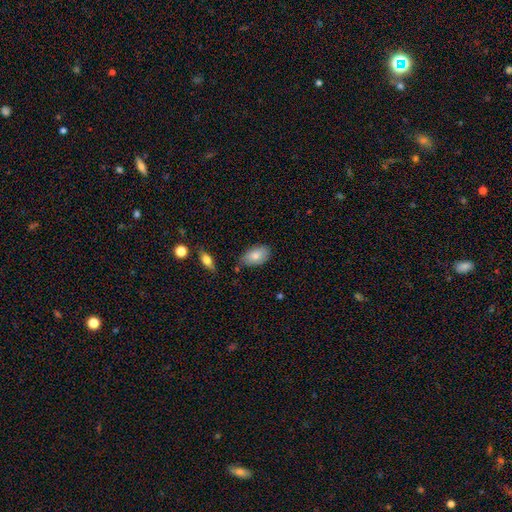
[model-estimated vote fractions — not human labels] The model was most divided on "merging": none: 71%, minor disturbance: 21%, major disturbance: 4%, merger: 4%. More confident: how rounded — in between (93%); smooth or featured — smooth (79%).